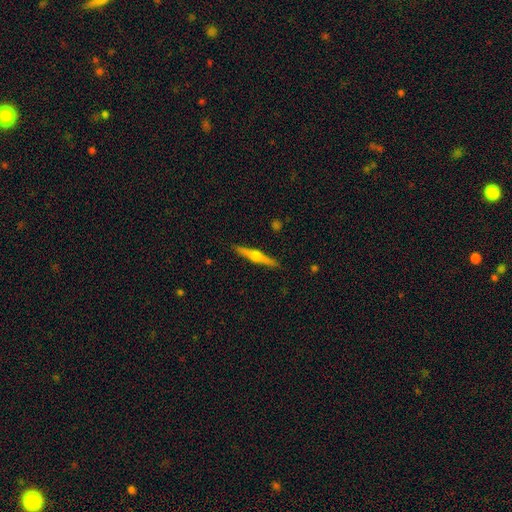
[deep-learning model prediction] smooth-or-featured: featured or disk: 71% | smooth: 23% | star or artifact: 6%
  disk-edge-on: yes: 98% | no: 2%
    edge-on-bulge: rounded: 94% | boxy: 3% | none: 3%
  merging: none: 90% | minor disturbance: 7% | major disturbance: 1% | merger: 1%